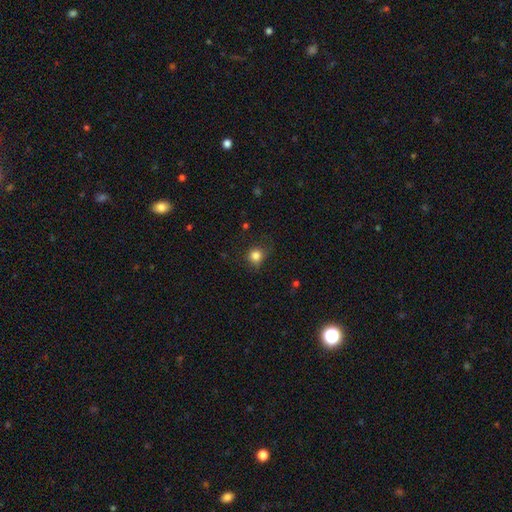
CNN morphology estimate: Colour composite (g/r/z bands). It shows a smooth galaxy with no disk features (83%) that is round (82%). Merging: none (73%).